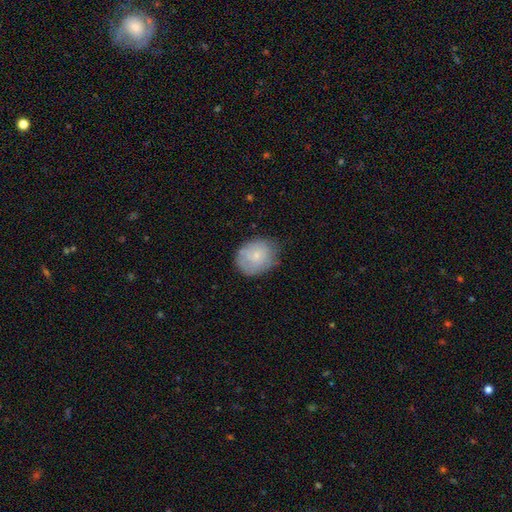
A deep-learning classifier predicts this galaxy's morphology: Q: Smooth or featured?
A: smooth (72%); runner-up: featured or disk (20%)
Q: How rounded?
A: round (61%); runner-up: in between (38%)
Q: Merging?
A: none (65%); runner-up: minor disturbance (26%)